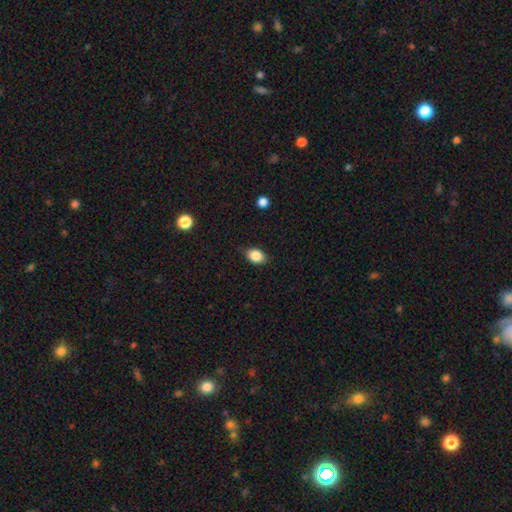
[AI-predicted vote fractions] Q: Smooth or featured?
A: smooth (86%); runner-up: star or artifact (9%)
Q: How rounded?
A: in between (72%); runner-up: round (26%)
Q: Merging?
A: none (79%); runner-up: minor disturbance (16%)